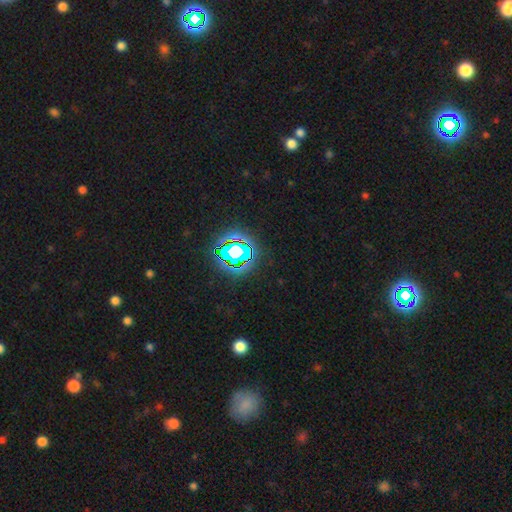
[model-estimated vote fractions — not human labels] Smooth or featured: star or artifact — 82% (smooth — 11%)